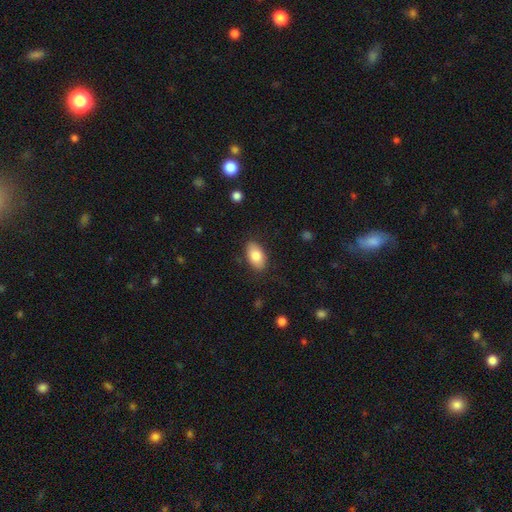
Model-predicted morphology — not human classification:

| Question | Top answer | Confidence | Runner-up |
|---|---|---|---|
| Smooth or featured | smooth | 81% | featured or disk (12%) |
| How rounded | in between | 93% | round (6%) |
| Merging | none | 85% | minor disturbance (11%) |